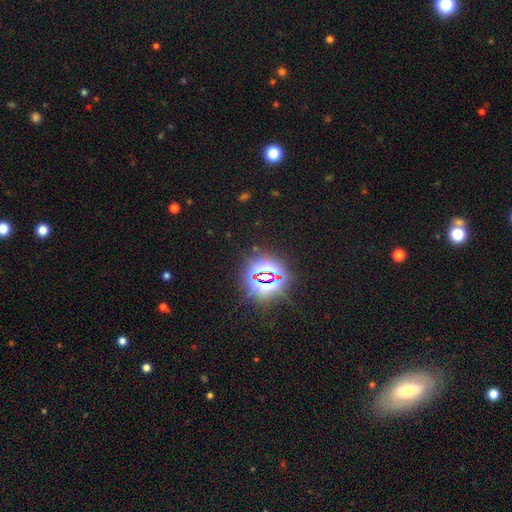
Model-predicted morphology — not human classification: Q: Smooth or featured?
A: star or artifact (74%); runner-up: smooth (16%)